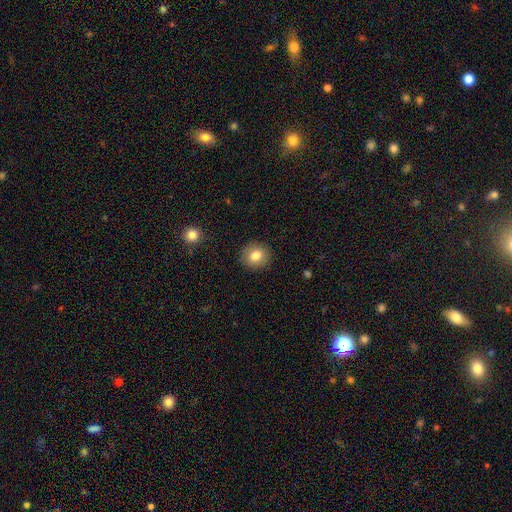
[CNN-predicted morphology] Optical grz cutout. It shows a smooth galaxy with no disk features (82%) that is round (84%). Merging: none (90%).